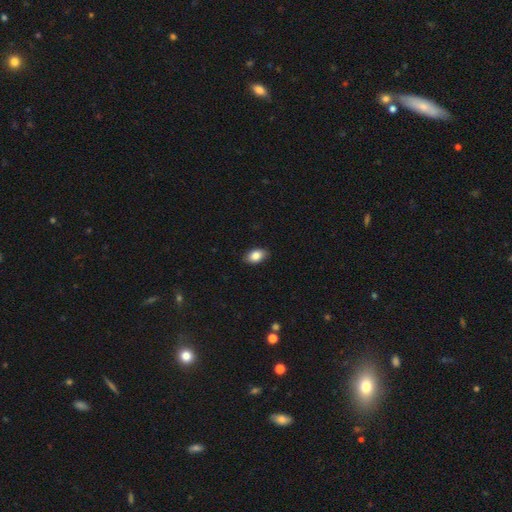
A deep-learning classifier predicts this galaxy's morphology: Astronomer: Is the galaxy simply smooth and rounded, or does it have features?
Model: smooth — 85%.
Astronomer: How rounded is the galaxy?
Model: in between — 91%.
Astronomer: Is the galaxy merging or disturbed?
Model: none — 88%.